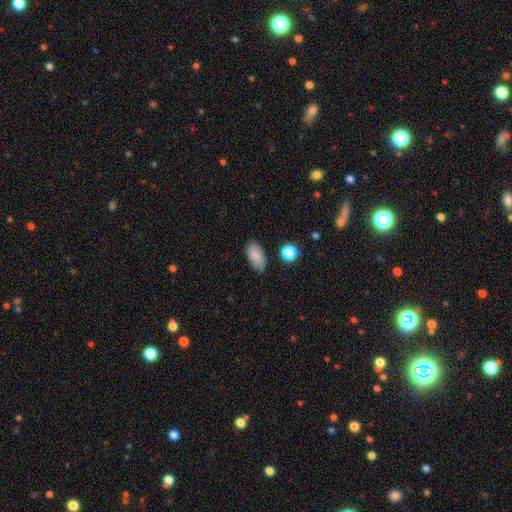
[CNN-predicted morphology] The model was most divided on "merging": none: 77%, minor disturbance: 17%, major disturbance: 4%, merger: 3%. More confident: how rounded — in between (92%); smooth or featured — smooth (85%).